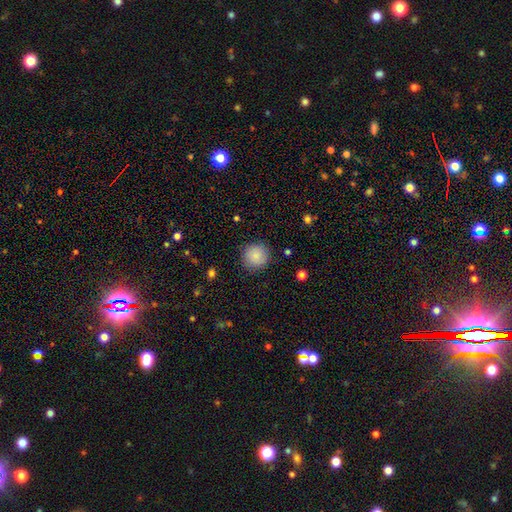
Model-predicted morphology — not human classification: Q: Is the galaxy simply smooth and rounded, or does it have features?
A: smooth — 85%.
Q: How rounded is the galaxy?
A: round — 93%.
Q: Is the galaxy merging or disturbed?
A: none — 86%.